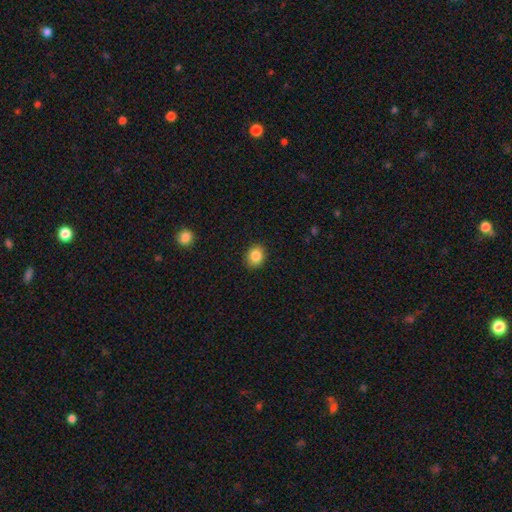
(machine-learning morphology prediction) Smooth or featured?
  - smooth: 85% *
  - star or artifact: 9%
  - featured or disk: 6%
How rounded?
  - round: 61% *
  - in between: 38%
  - cigar-shaped: 1%
Merging?
  - none: 88% *
  - minor disturbance: 9%
  - major disturbance: 2%
  - merger: 1%